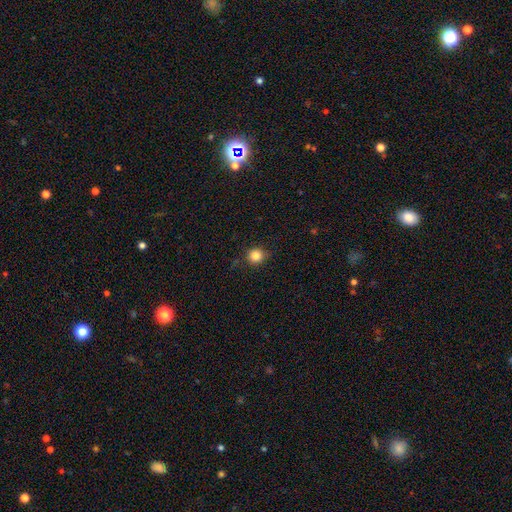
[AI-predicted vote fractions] Overall: smooth (84%). How rounded: round (91%). Merging: none (87%).